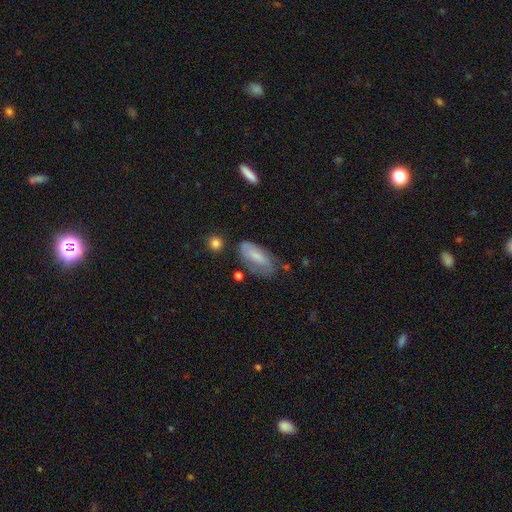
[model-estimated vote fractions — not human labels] Smooth or featured: smooth — 65% (featured or disk — 27%)
How rounded: in between — 83% (cigar-shaped — 15%)
Merging: none — 57% (minor disturbance — 29%)